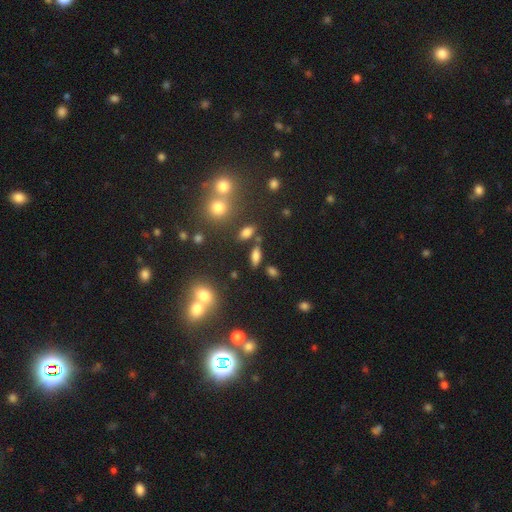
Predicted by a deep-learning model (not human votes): This appears to be a smooth galaxy with no disk features (71%) that is in between round and cigar-shaped (73%). Merging: none (72%).